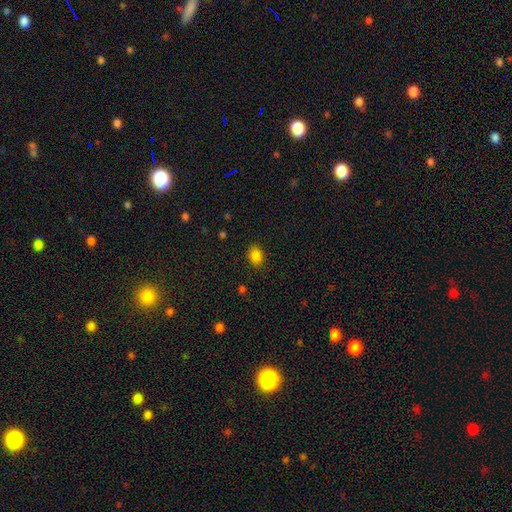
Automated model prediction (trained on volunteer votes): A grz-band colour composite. It shows a smooth galaxy with no disk features (84%) that is in between round and cigar-shaped (71%). Merging: none (86%).